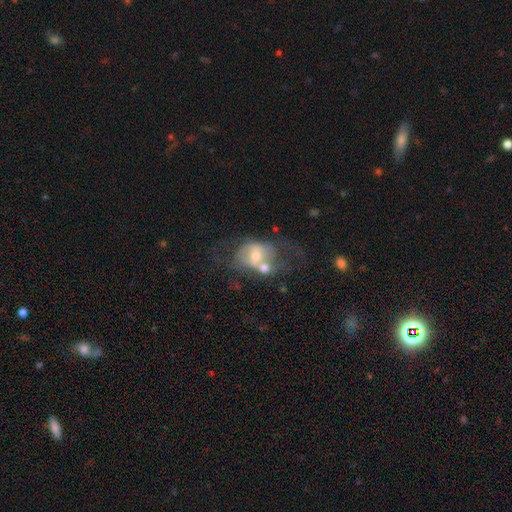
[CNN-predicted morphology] type=featured or disk (55%); edge-on=no (96%); bar=no (65%); spiral arms=no (63%); bulge=moderate (56%); merging=merger (42%).